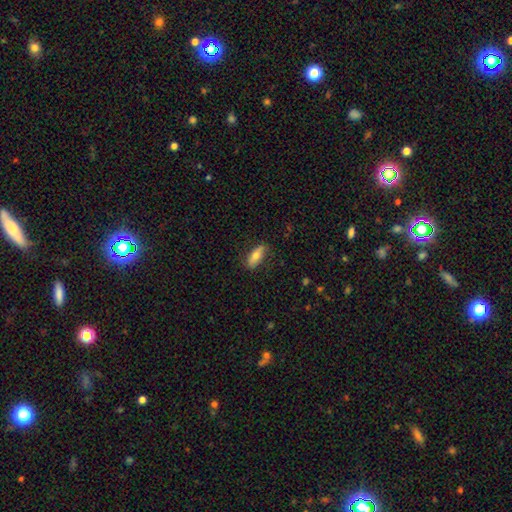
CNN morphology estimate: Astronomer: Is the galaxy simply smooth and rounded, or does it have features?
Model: smooth — 67%.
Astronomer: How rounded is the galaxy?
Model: in between — 67%.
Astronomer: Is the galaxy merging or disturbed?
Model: none — 81%.